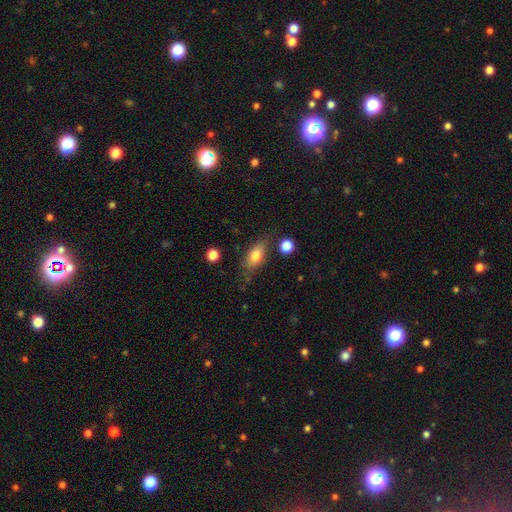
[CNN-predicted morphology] Smooth or featured? smooth (74%)
How rounded? in between (80%)
Merging? none (69%)